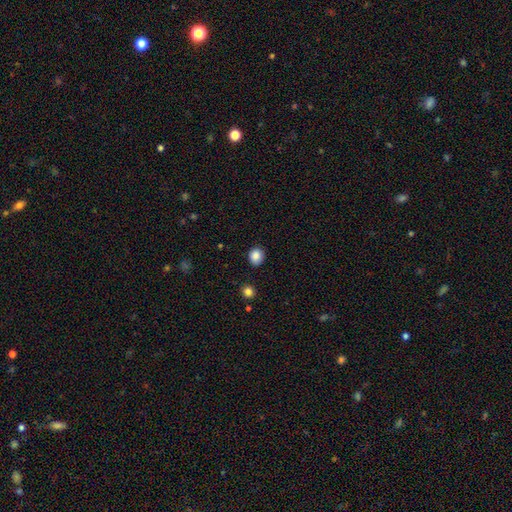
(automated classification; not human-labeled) The model was most divided on "how rounded": round: 67%, in between: 32%, cigar-shaped: 1%. More confident: smooth or featured — smooth (87%); merging — none (85%).